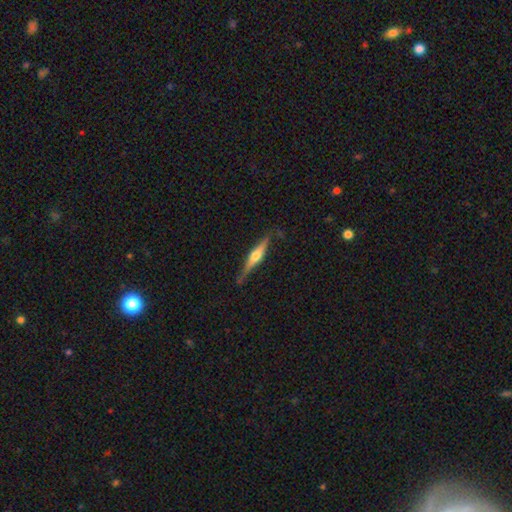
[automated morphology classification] The model was most divided on "smooth or featured": featured or disk: 70%, smooth: 25%, star or artifact: 5%. More confident: edge-on disk — yes (97%); edge-on bulge — rounded (92%); merging — none (81%).